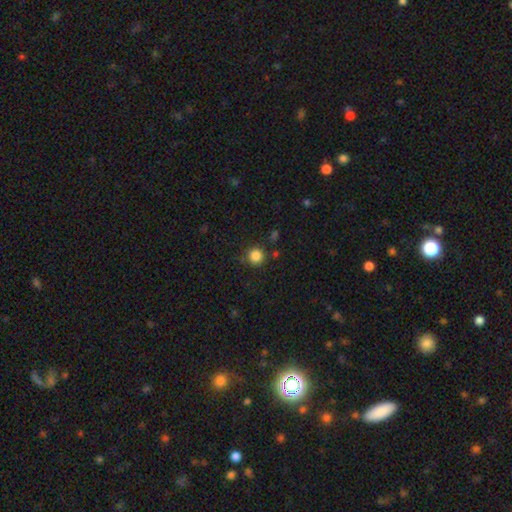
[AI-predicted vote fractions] smooth 85%, star or artifact 12%, featured or disk 4%. Down the decision tree: how rounded — round (93%); merging — none (83%).